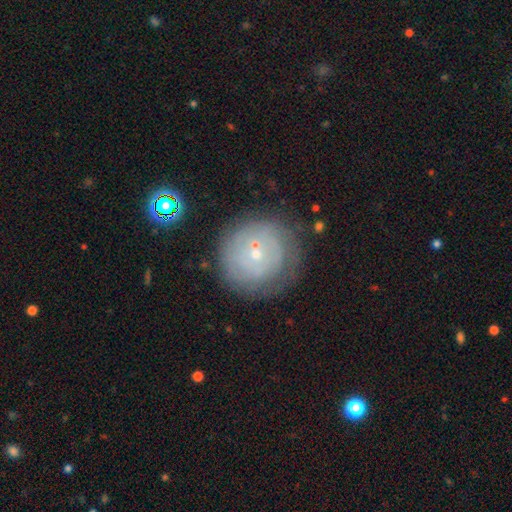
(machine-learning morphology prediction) type=featured or disk (56%); edge-on=no (97%); bar=no (79%); spiral arms=yes (61%); bulge=small (81%); merging=none (70%).